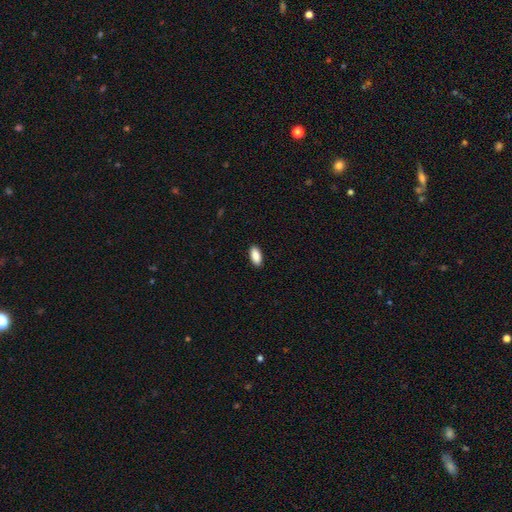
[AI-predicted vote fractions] Smooth or featured?
  - smooth: 90% *
  - star or artifact: 6%
  - featured or disk: 4%
How rounded?
  - in between: 90% *
  - cigar-shaped: 8%
  - round: 2%
Merging?
  - none: 90% *
  - minor disturbance: 7%
  - major disturbance: 2%
  - merger: 1%